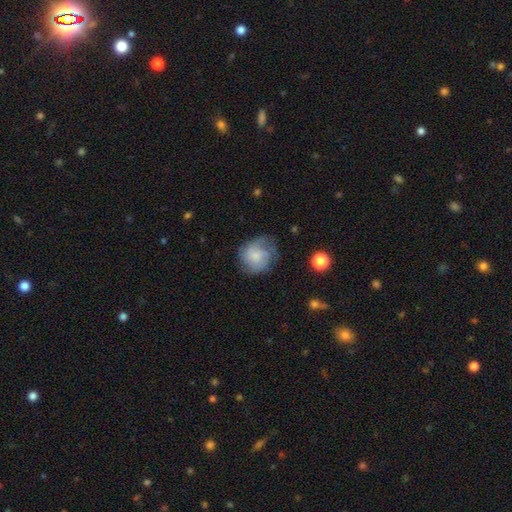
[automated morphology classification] Smooth or featured? Predicted: featured or disk (p=0.54). Edge-on disk? Predicted: no (p=0.98). Bar? Predicted: no (p=0.71). Spiral arms? Predicted: yes (p=0.88). Bulge size? Predicted: small (p=0.53). Merging? Predicted: none (p=0.61).